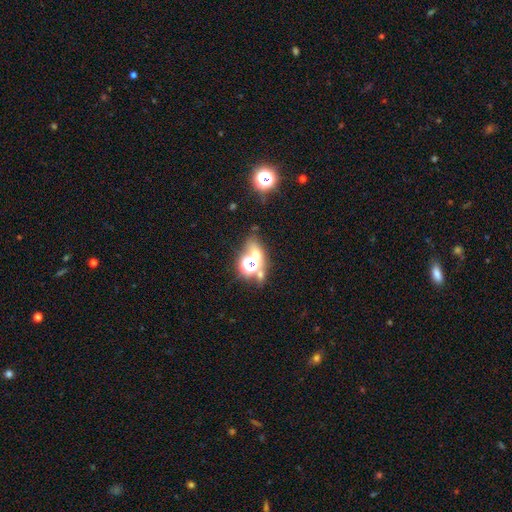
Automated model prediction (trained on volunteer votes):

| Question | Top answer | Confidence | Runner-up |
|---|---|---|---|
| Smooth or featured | star or artifact | 48% | smooth (38%) |